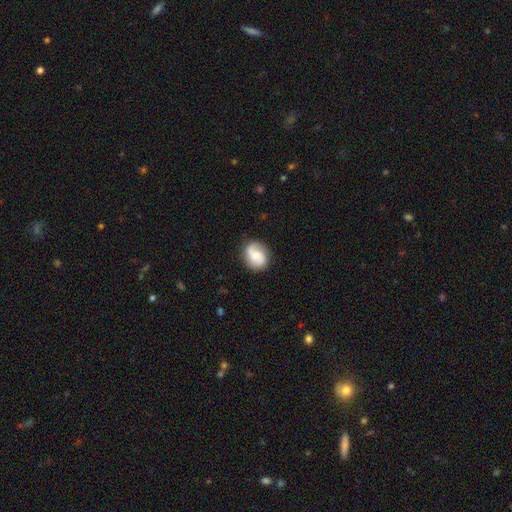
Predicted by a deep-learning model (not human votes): Smooth or featured?
  - smooth: 48% *
  - featured or disk: 44%
  - star or artifact: 8%
Merging?
  - none: 76% *
  - minor disturbance: 17%
  - major disturbance: 5%
  - merger: 2%